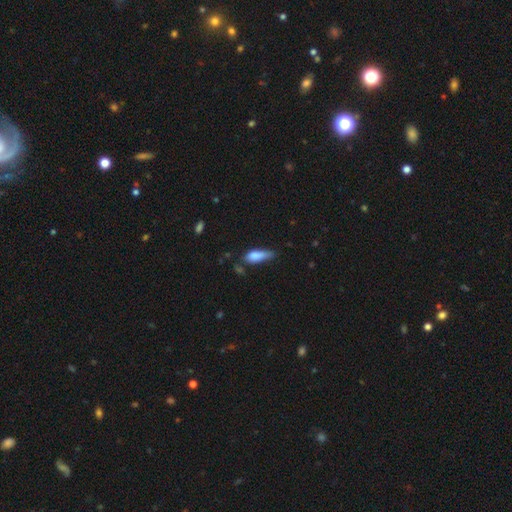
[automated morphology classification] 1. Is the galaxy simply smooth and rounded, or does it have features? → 79% smooth, 13% featured or disk, 8% star or artifact.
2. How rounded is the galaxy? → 60% in between, 38% cigar-shaped, 3% round.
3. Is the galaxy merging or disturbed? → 41% minor disturbance, 37% none, 16% major disturbance, 6% merger.